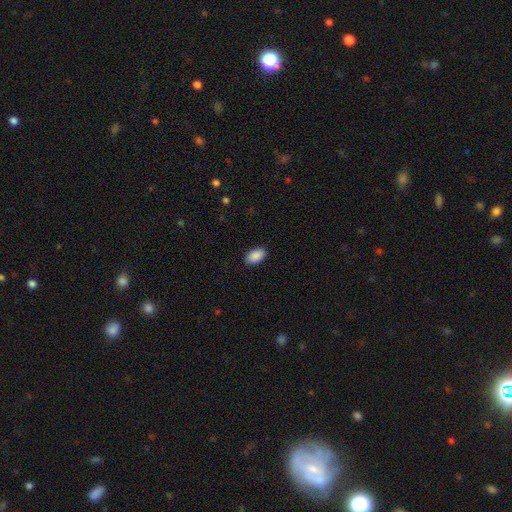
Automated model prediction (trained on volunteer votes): Q: Smooth or featured?
A: smooth (90%); runner-up: star or artifact (7%)
Q: How rounded?
A: in between (93%); runner-up: round (5%)
Q: Merging?
A: none (89%); runner-up: minor disturbance (8%)